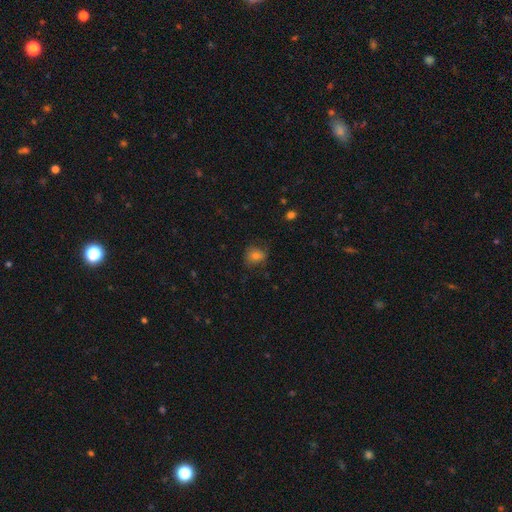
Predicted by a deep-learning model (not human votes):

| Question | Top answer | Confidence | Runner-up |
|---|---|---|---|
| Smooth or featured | smooth | 75% | featured or disk (14%) |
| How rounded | round | 67% | in between (32%) |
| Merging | none | 71% | minor disturbance (21%) |